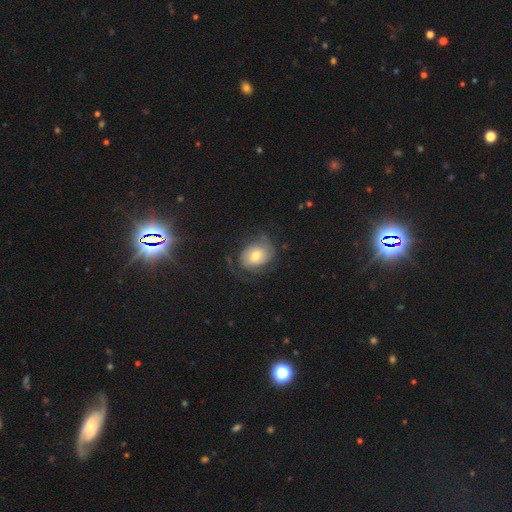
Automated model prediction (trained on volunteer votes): smooth-or-featured: featured or disk: 52% | smooth: 40% | star or artifact: 8%
  disk-edge-on: no: 96% | yes: 4%
    bar: no: 72% | weak: 22% | strong: 6%
    has-spiral-arms: yes: 75% | no: 25%
    bulge-size: moderate: 63% | small: 27% | large: 7% | dominant: 2% | none: 1%
  merging: none: 56% | major disturbance: 22% | minor disturbance: 21% | merger: 2%